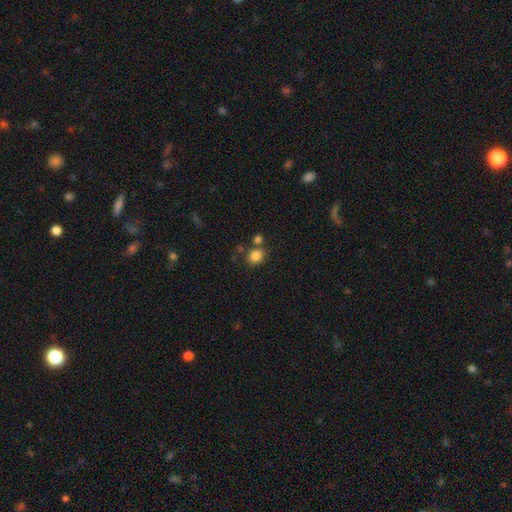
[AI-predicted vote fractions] The model was most divided on "merging": none: 68%, merger: 17%, minor disturbance: 11%, major disturbance: 4%. More confident: smooth or featured — smooth (84%); how rounded — round (76%).